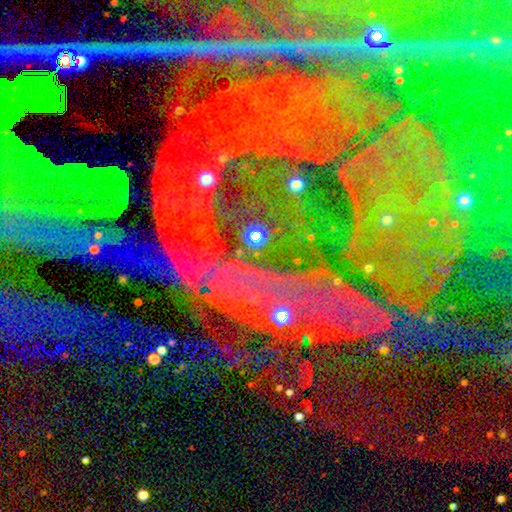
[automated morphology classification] This is clearly a star or artifact rather than a galaxy (86%).